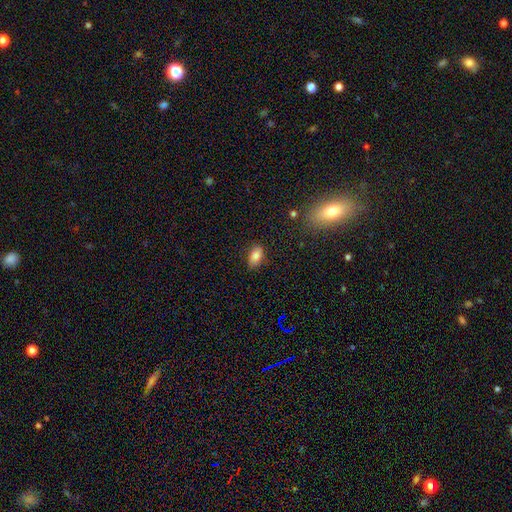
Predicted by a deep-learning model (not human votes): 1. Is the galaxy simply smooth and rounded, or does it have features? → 82% smooth, 9% featured or disk, 9% star or artifact.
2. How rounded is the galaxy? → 88% in between, 9% round, 3% cigar-shaped.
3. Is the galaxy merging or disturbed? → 83% none, 13% minor disturbance, 3% major disturbance, 1% merger.